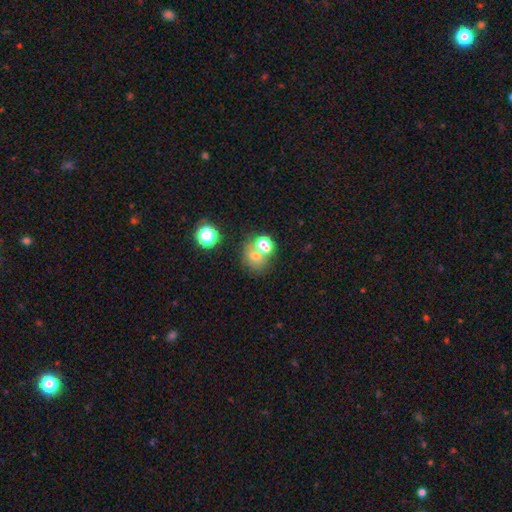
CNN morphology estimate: The model was most divided on "merging": merger: 48%, none: 38%, minor disturbance: 9%, major disturbance: 5%. More confident: smooth or featured — smooth (66%); how rounded — round (61%).